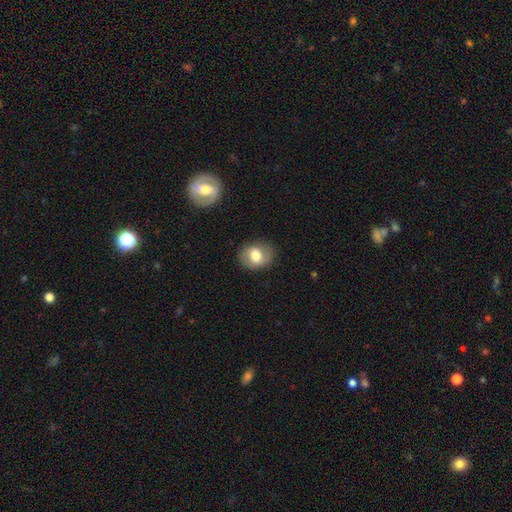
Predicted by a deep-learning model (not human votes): Smooth or featured: smooth — 64% (featured or disk — 28%)
How rounded: in between — 56% (round — 43%)
Merging: none — 81% (minor disturbance — 13%)